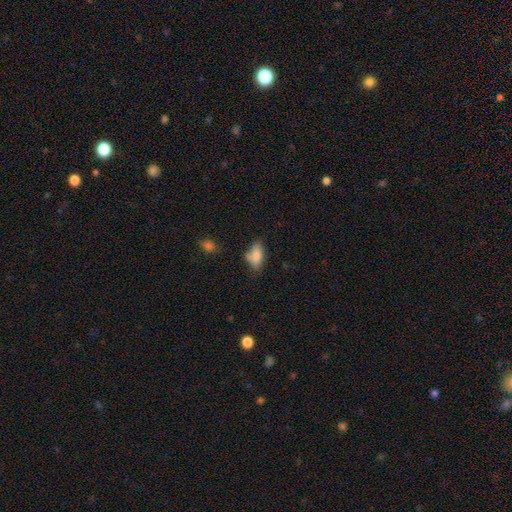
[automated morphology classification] Smooth or featured? Predicted: smooth (p=0.81). How rounded? Predicted: in between (p=0.90). Merging? Predicted: none (p=0.56).